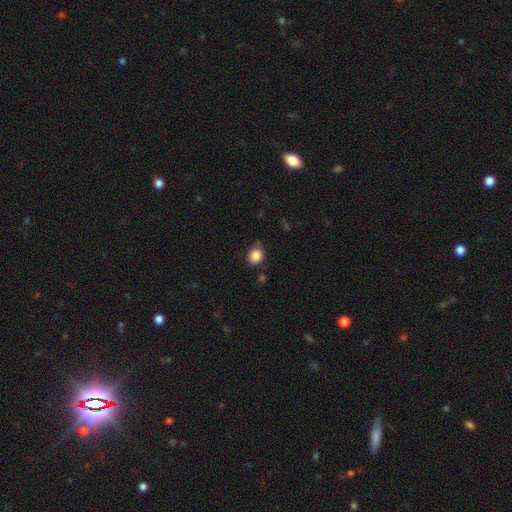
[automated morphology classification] A smooth galaxy with no disk features (86%) that is round (65%).

Vote fractions:
- Smooth or featured? smooth: 86% / star or artifact: 10% / featured or disk: 4%
- How rounded? round: 65% / in between: 34% / cigar-shaped: 1%
- Merging? none: 68% / minor disturbance: 24% / major disturbance: 5% / merger: 2%